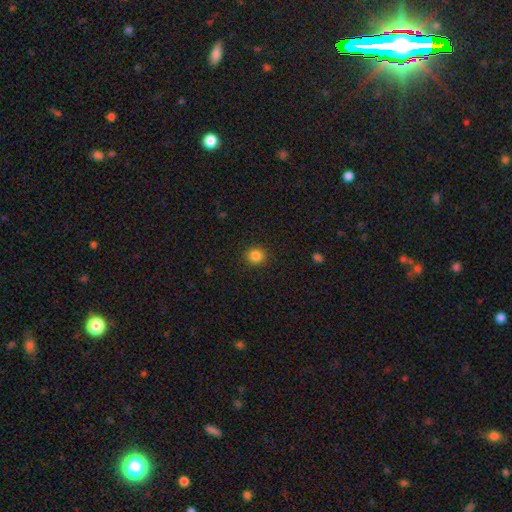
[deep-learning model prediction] Smooth or featured? Predicted: smooth (p=0.85). How rounded? Predicted: round (p=0.90). Merging? Predicted: none (p=0.90).